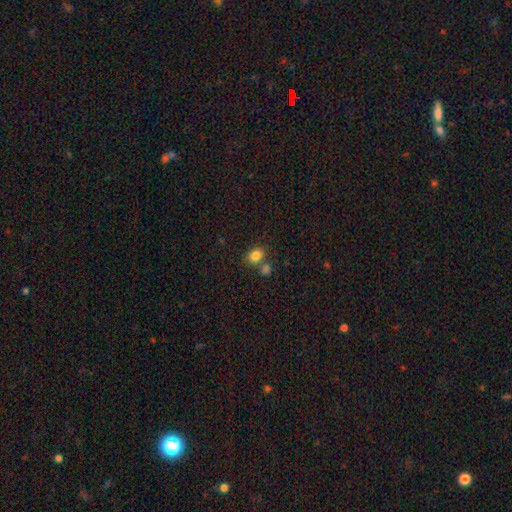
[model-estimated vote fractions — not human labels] Overall: smooth (83%). How rounded: in between (51%; round 48%). Merging: none (63%; merger 23%).